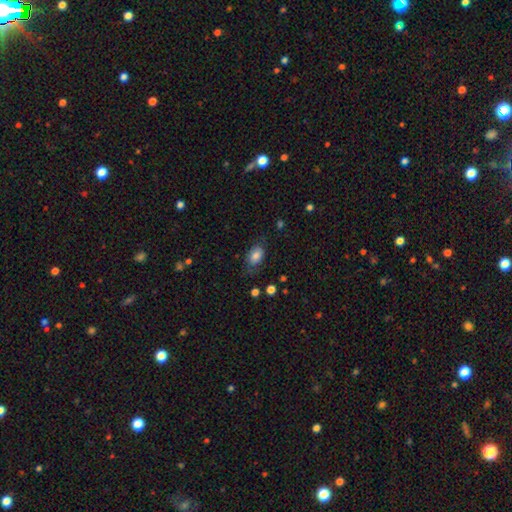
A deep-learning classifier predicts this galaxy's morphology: Smooth or featured: smooth — 77% (featured or disk — 14%)
How rounded: in between — 86% (round — 12%)
Merging: none — 63% (minor disturbance — 24%)